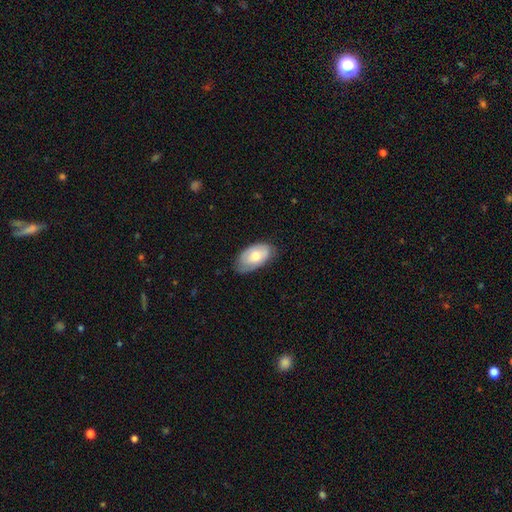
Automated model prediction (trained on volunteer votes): smooth 67%, featured or disk 27%, star or artifact 6%. Down the decision tree: how rounded — in between (94%); merging — none (65%).